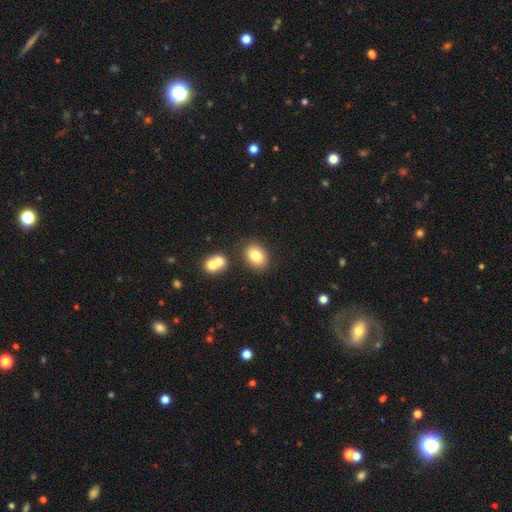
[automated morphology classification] Q: Smooth or featured?
A: smooth (80%); runner-up: featured or disk (11%)
Q: How rounded?
A: in between (69%); runner-up: round (30%)
Q: Merging?
A: none (78%); runner-up: minor disturbance (10%)